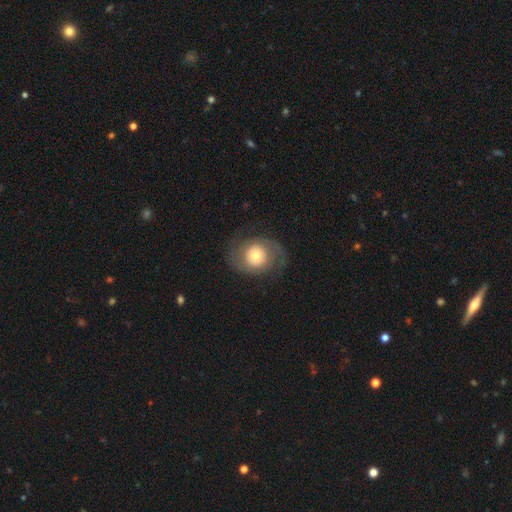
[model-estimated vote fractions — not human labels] Overall: featured or disk (54%; smooth 39%). Edge-on disk: no (96%). Bar: no (80%). Spiral arms: yes (71%). Bulge size: moderate (56%; small 22%). Merging: none (72%).